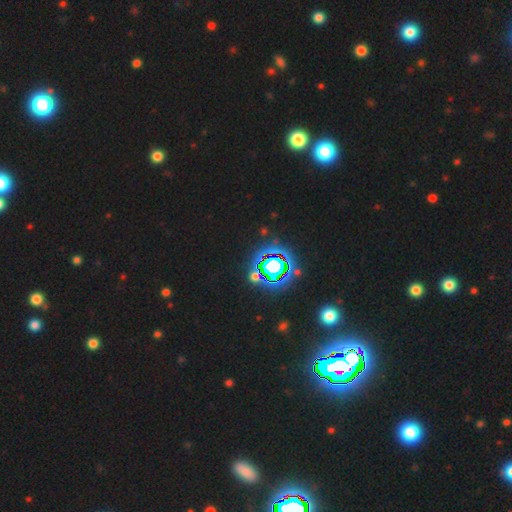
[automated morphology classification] This is clearly a star or artifact rather than a galaxy (83%).